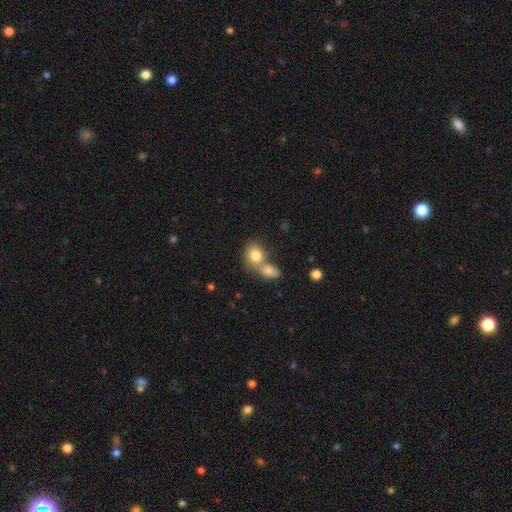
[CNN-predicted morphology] smooth 81%, featured or disk 10%, star or artifact 8%. Down the decision tree: how rounded — round (59%); merging — merger (54%).